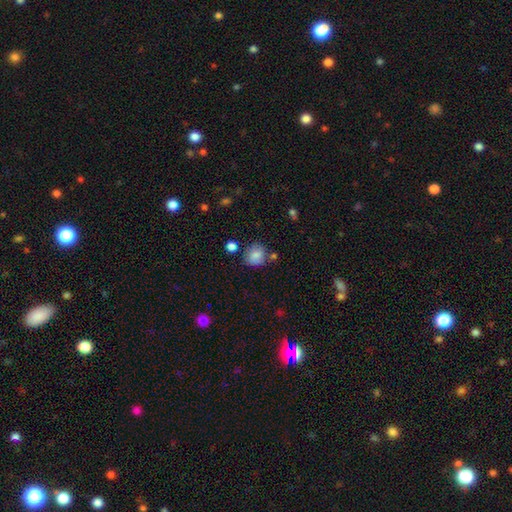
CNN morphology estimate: Smooth or featured?
  - smooth: 81% *
  - featured or disk: 10%
  - star or artifact: 9%
How rounded?
  - round: 79% *
  - in between: 20%
  - cigar-shaped: 1%
Merging?
  - none: 70% *
  - minor disturbance: 17%
  - merger: 9%
  - major disturbance: 5%